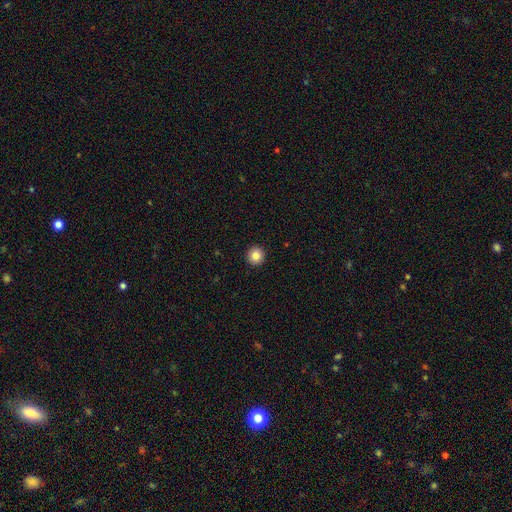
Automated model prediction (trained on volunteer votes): Q: Smooth or featured?
A: smooth (84%); runner-up: star or artifact (10%)
Q: How rounded?
A: round (95%); runner-up: in between (5%)
Q: Merging?
A: none (94%); runner-up: minor disturbance (4%)